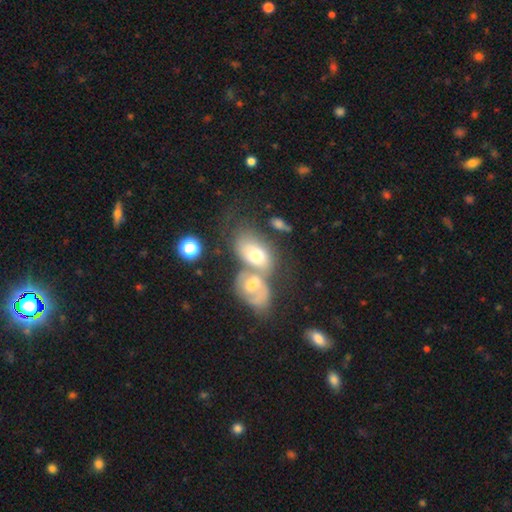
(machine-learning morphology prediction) A smooth galaxy with no disk features (54%) that is in between round and cigar-shaped (84%). Merging: merger (65%).